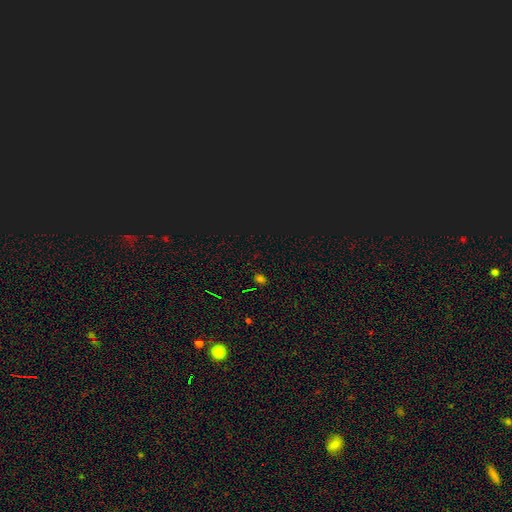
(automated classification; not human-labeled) This appears to be a star or artifact, not a galaxy (64%).